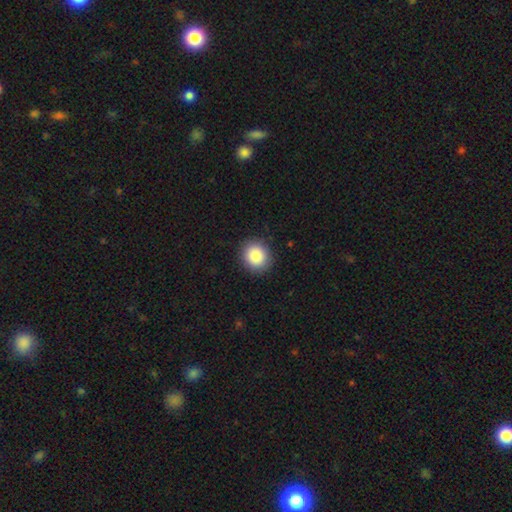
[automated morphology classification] A smooth galaxy with no disk features (86%) that is round (84%). Merging: none (90%).